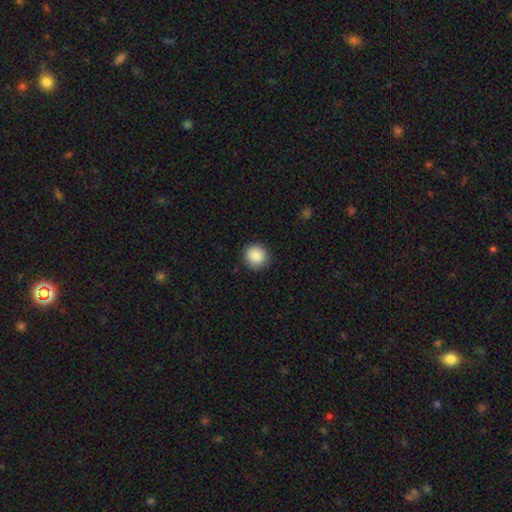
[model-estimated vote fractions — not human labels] smooth_or_featured: smooth (p=0.89) [alt: star or artifact p=0.08]
how_rounded: round (p=0.94) [alt: in between p=0.05]
merging: none (p=0.91) [alt: minor disturbance p=0.06]